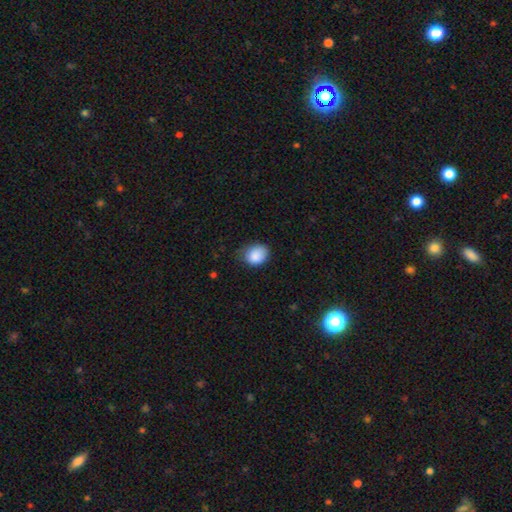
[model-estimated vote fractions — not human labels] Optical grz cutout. It shows a smooth galaxy with no disk features (87%) that is round (51%). Merging: none (61%).